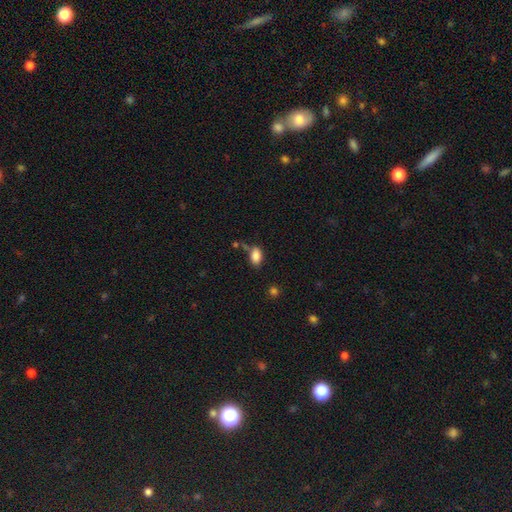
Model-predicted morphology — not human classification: Smooth or featured? smooth (85%)
How rounded? in between (89%)
Merging? none (59%)